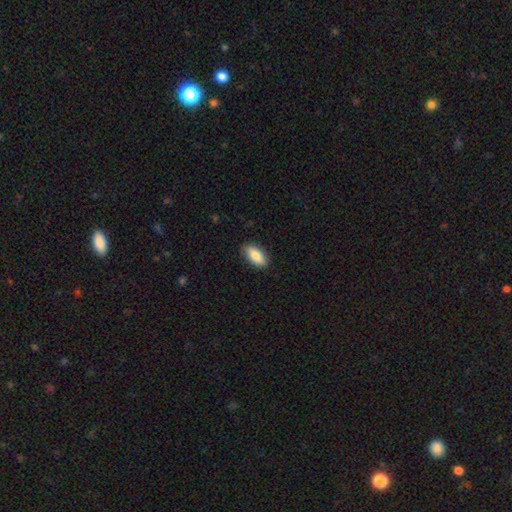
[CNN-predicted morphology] Smooth or featured: smooth — 84% (featured or disk — 9%)
How rounded: in between — 88% (cigar-shaped — 9%)
Merging: none — 87% (minor disturbance — 10%)